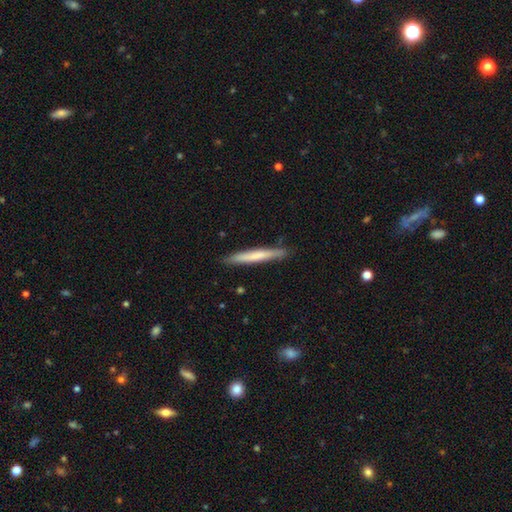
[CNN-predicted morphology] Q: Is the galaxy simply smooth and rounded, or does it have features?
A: smooth — 64%.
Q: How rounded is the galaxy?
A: cigar-shaped — 96%.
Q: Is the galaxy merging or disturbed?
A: none — 89%.